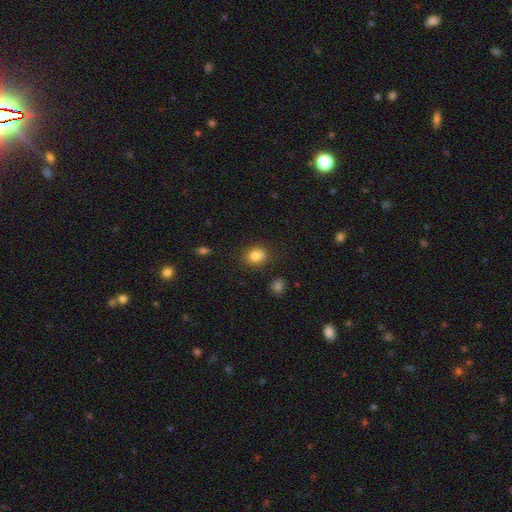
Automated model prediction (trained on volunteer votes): Smooth or featured?
  - smooth: 85% *
  - star or artifact: 10%
  - featured or disk: 6%
How rounded?
  - in between: 57% *
  - round: 42%
  - cigar-shaped: 1%
Merging?
  - none: 82% *
  - minor disturbance: 11%
  - major disturbance: 3%
  - merger: 3%